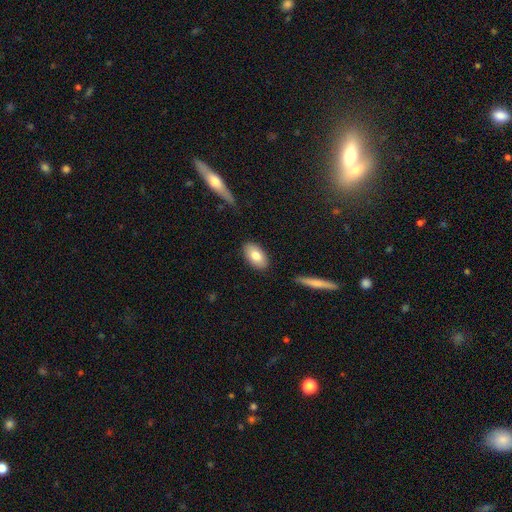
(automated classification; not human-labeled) Morphology: type=smooth (79%); roundness=in between (93%); merging=none (86%).